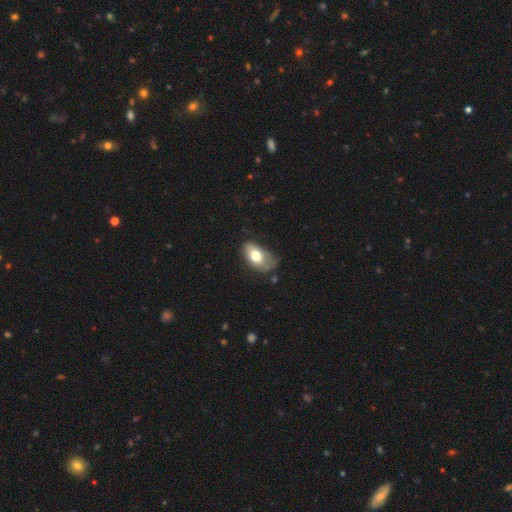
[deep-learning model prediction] This is likely a smooth galaxy (69%). How rounded: clearly in between (91%). Merging: possibly none (48%).